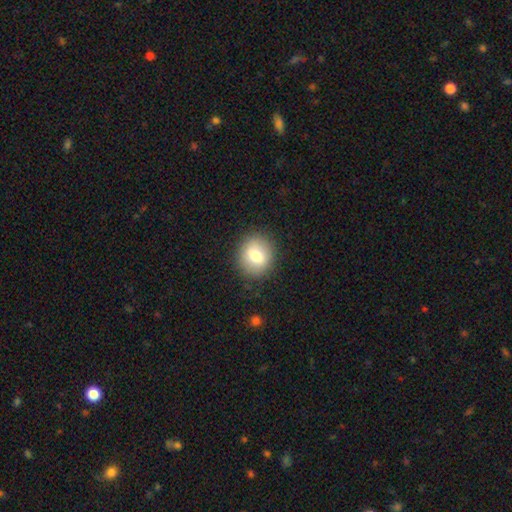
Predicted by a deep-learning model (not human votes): smooth 75%, featured or disk 16%, star or artifact 9%. Down the decision tree: how rounded — round (82%); merging — none (87%).